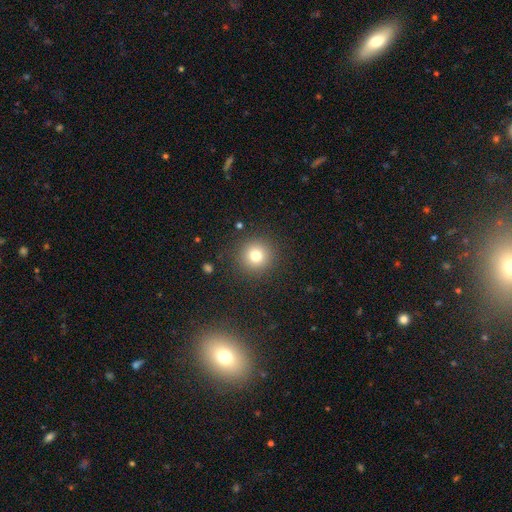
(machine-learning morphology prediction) This is likely a smooth galaxy (77%). How rounded: clearly round (95%). Merging: clearly none (90%).